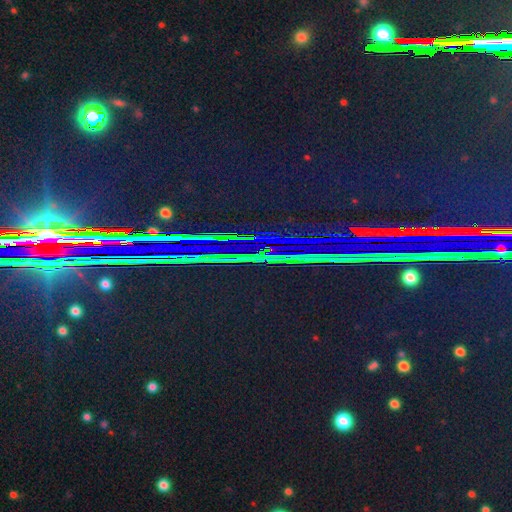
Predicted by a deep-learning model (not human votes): Morphology: type=star or artifact (87%).